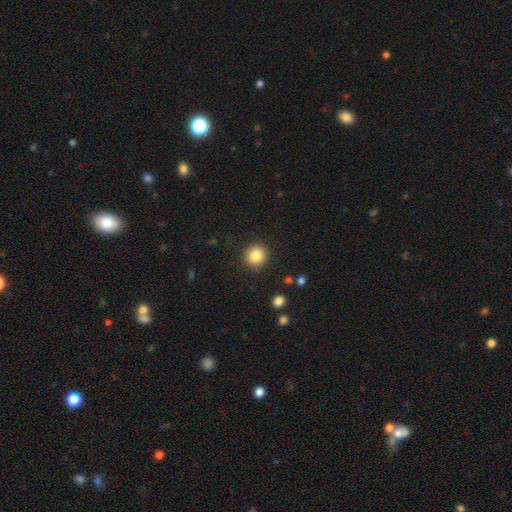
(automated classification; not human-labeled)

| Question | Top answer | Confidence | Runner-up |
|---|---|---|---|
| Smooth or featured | smooth | 85% | star or artifact (10%) |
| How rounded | round | 92% | in between (7%) |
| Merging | none | 90% | minor disturbance (6%) |